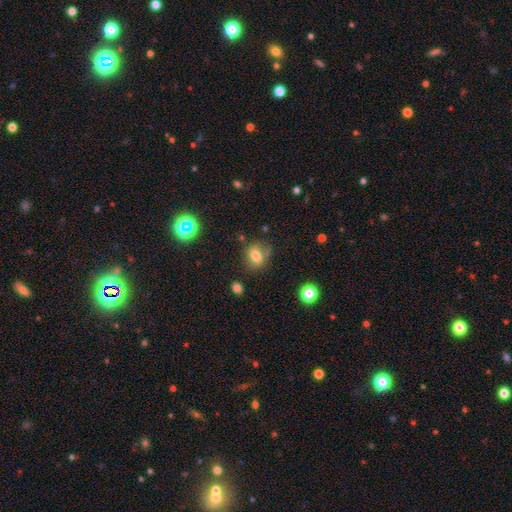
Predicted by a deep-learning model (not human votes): smooth 75%, star or artifact 13%, featured or disk 12%. Down the decision tree: how rounded — in between (53%); merging — none (64%).